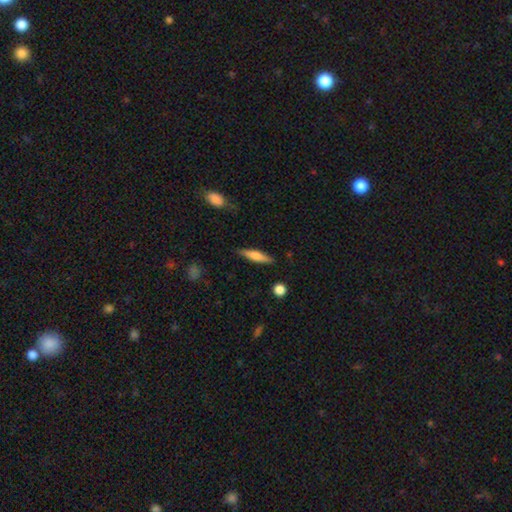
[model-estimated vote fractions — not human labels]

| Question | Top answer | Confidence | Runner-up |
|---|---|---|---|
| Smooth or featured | smooth | 62% | featured or disk (32%) |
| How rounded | cigar-shaped | 75% | in between (23%) |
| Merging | none | 84% | minor disturbance (12%) |